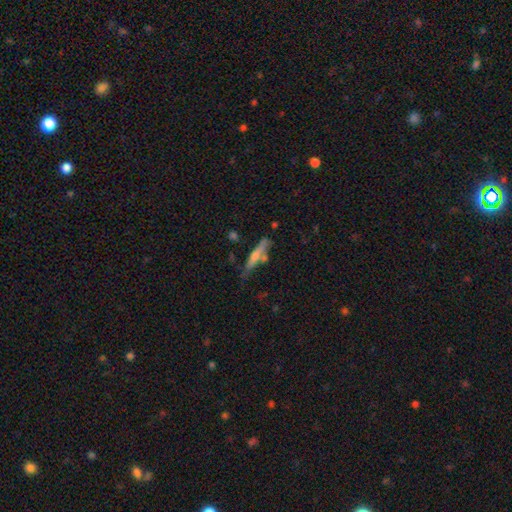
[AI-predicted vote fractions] A featured or disk galaxy (47%).

Vote fractions:
- Smooth or featured? featured or disk: 47% / smooth: 45% / star or artifact: 7%
- Merging? none: 64% / minor disturbance: 20% / merger: 10% / major disturbance: 5%